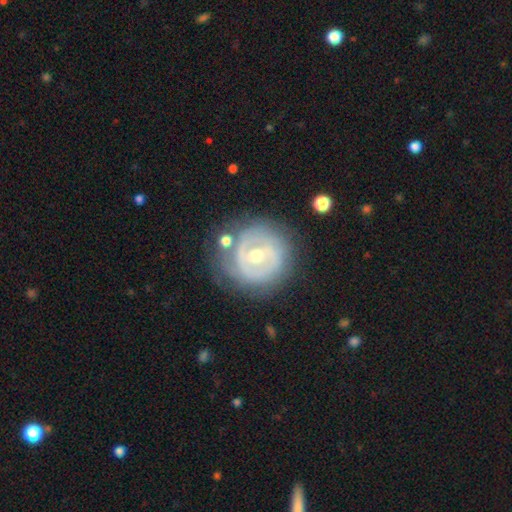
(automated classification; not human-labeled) A featured or disk galaxy (72%) with no bar (43%), spiral arms (58%) and a moderate central bulge (64%). Merging: none (70%).